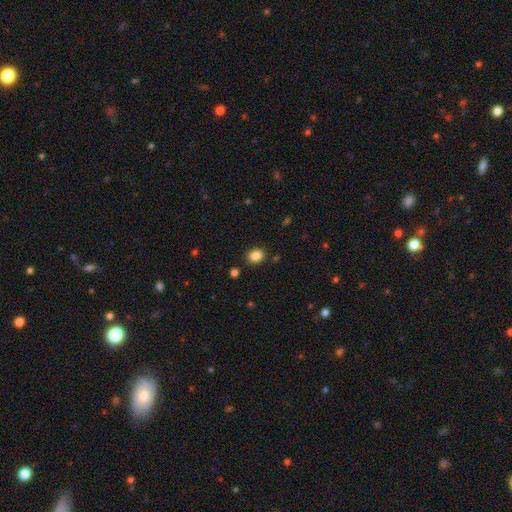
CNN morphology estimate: Smooth or featured: smooth — 86% (star or artifact — 10%)
How rounded: in between — 51% (round — 48%)
Merging: none — 87% (minor disturbance — 8%)